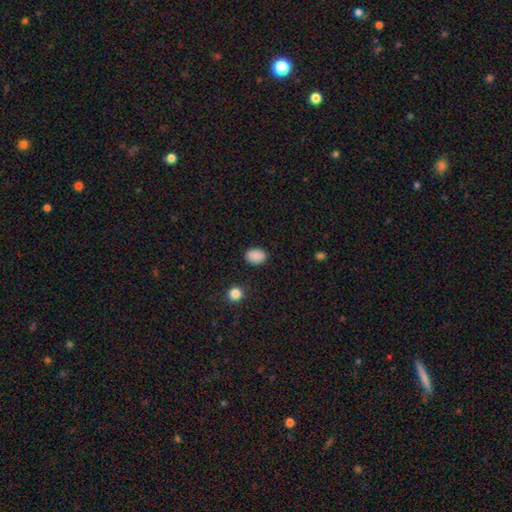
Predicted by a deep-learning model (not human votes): smooth 89%, star or artifact 9%, featured or disk 3%. Down the decision tree: how rounded — in between (75%); merging — none (88%).